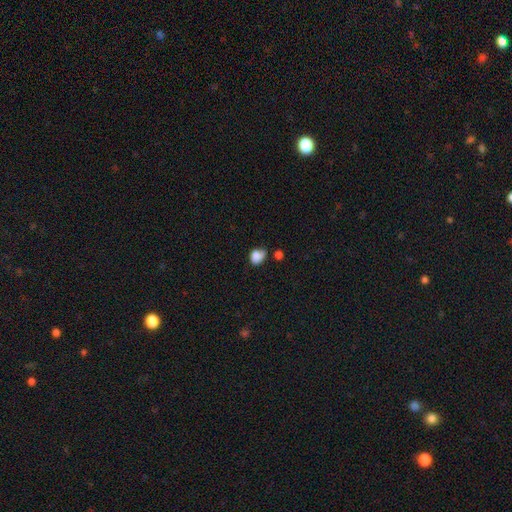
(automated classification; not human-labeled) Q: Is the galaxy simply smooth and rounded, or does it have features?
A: smooth — 80%.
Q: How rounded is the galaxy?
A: in between — 60%.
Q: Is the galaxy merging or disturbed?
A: none — 42%.